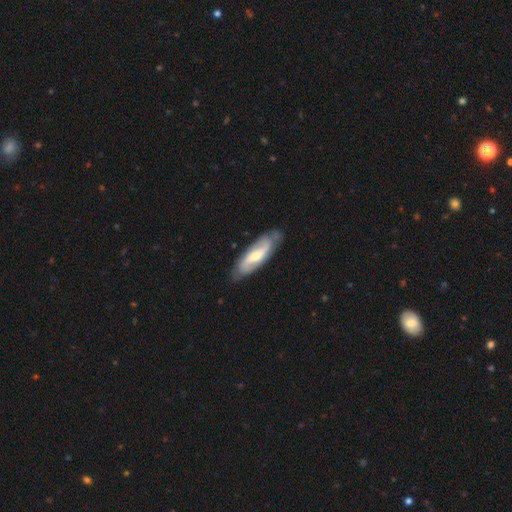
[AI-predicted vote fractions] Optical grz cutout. It shows a featured or disk galaxy (67%) with a weak bar (42%), spiral arms (88%) and a moderate central bulge (51%). Merging: none (80%).